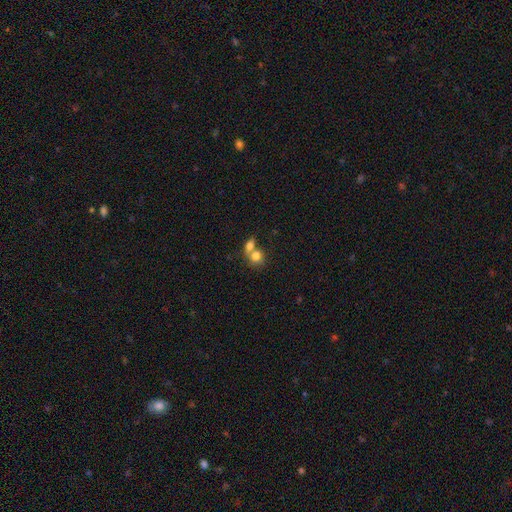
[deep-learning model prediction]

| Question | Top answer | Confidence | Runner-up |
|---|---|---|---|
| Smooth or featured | smooth | 79% | featured or disk (12%) |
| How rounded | round | 61% | in between (37%) |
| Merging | merger | 57% | none (32%) |